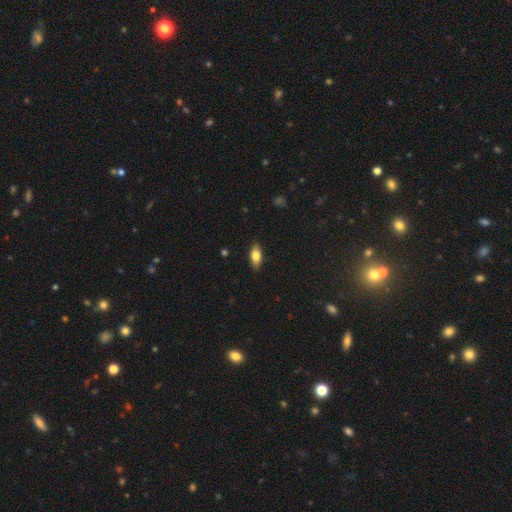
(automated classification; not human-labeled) This is likely a smooth galaxy (78%). How rounded: clearly in between (84%). Merging: clearly none (88%).